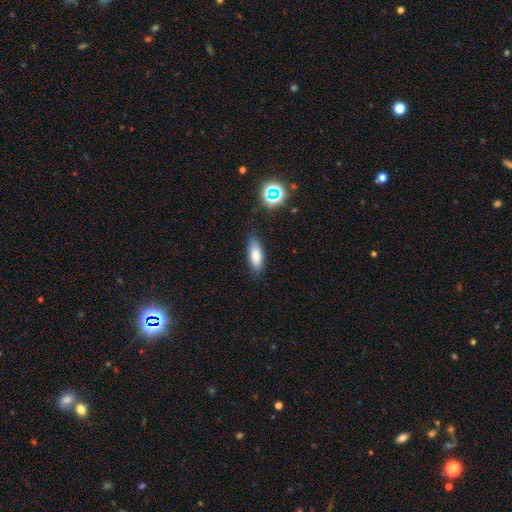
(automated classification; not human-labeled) smooth-or-featured: smooth: 81% | featured or disk: 10% | star or artifact: 9%
  how-rounded: in between: 70% | cigar-shaped: 28% | round: 2%
  merging: none: 81% | minor disturbance: 14% | major disturbance: 3% | merger: 2%